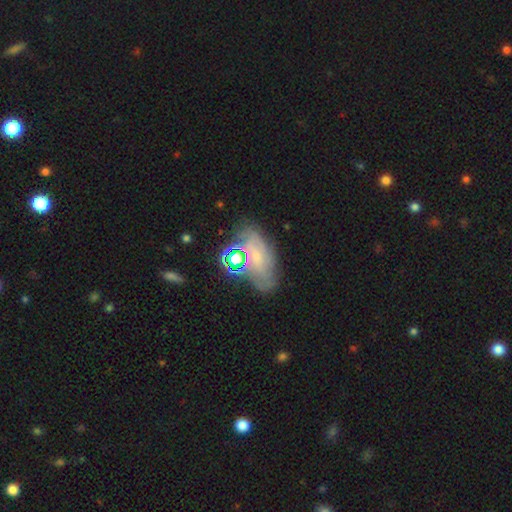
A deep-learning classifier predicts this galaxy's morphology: This appears to be a featured or disk galaxy (45%). Merging: none (59%).